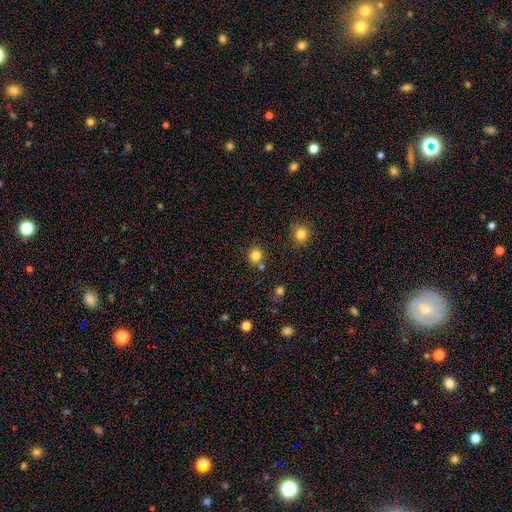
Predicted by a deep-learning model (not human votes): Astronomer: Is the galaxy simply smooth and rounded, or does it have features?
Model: smooth — 82%.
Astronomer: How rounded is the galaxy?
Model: round — 90%.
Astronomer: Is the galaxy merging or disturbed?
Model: none — 82%.